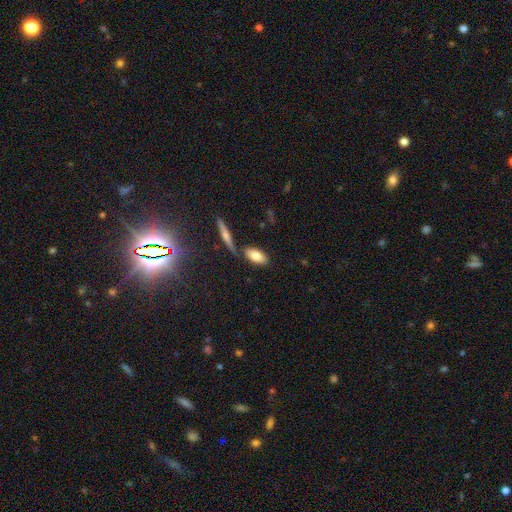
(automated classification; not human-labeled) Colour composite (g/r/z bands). It shows a smooth galaxy with no disk features (79%) that is in between round and cigar-shaped (89%). Merging: none (70%).